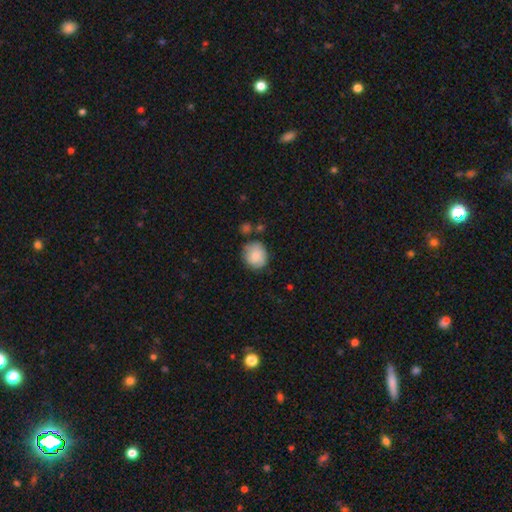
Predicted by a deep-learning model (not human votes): Smooth or featured? smooth (84%)
How rounded? round (82%)
Merging? none (71%)